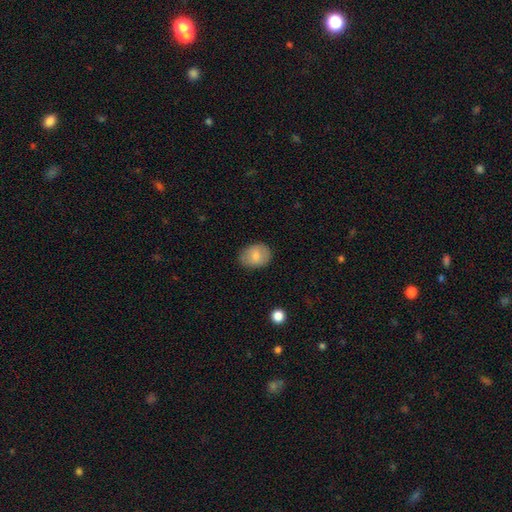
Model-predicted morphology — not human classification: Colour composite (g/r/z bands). It shows a smooth galaxy with no disk features (77%) that is in between round and cigar-shaped (62%). Merging: none (82%).